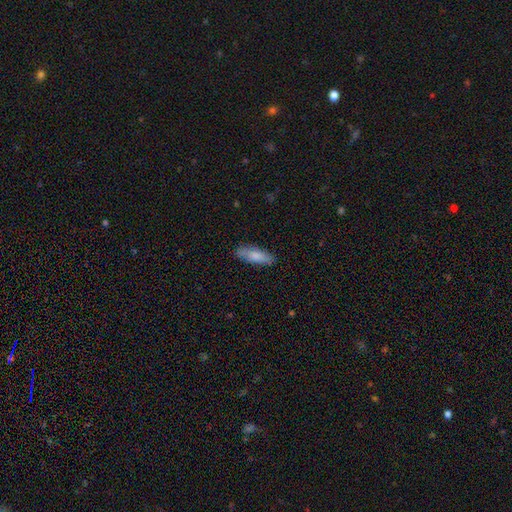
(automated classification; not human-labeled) Smooth or featured?
  - smooth: 79% *
  - featured or disk: 15%
  - star or artifact: 6%
How rounded?
  - in between: 52% *
  - cigar-shaped: 47%
  - round: 2%
Merging?
  - none: 85% *
  - minor disturbance: 11%
  - major disturbance: 2%
  - merger: 1%